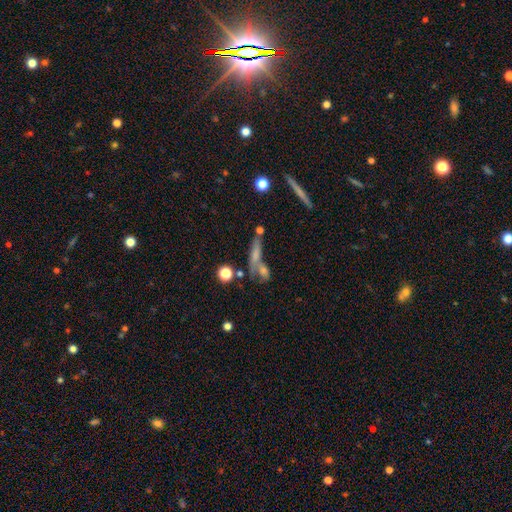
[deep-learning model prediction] Overall: smooth (54%; featured or disk 30%). How rounded: cigar-shaped (65%). Merging: none (45%; merger 33%).